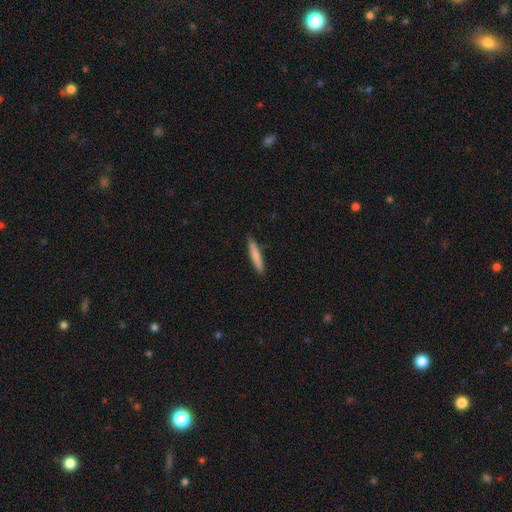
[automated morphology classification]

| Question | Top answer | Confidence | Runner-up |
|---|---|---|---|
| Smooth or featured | smooth | 78% | featured or disk (16%) |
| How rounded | cigar-shaped | 93% | in between (6%) |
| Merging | none | 89% | minor disturbance (8%) |